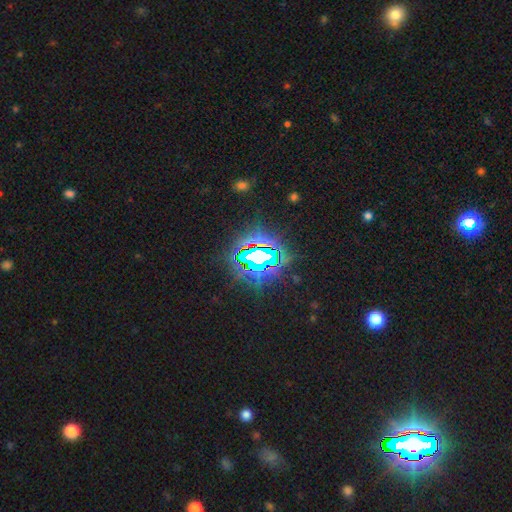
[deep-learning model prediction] Smooth or featured?
  - star or artifact: 77% *
  - smooth: 12%
  - featured or disk: 11%